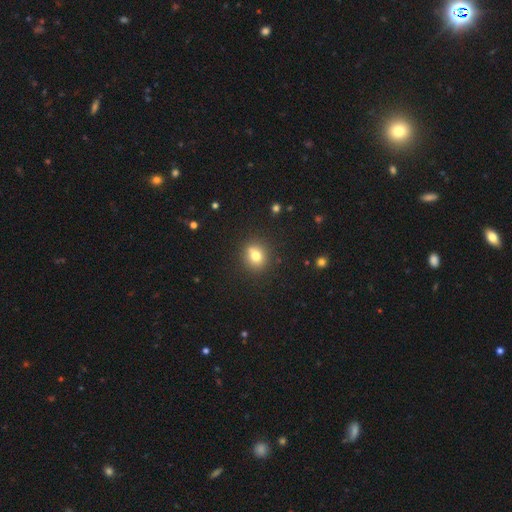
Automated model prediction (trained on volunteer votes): smooth_or_featured: smooth (p=0.74) [alt: star or artifact p=0.13]
how_rounded: round (p=0.74) [alt: in between p=0.24]
merging: none (p=0.80) [alt: minor disturbance p=0.12]